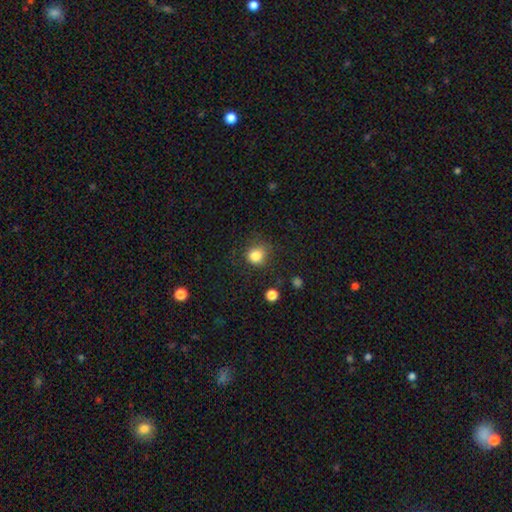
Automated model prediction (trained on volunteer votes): Smooth or featured? Predicted: smooth (p=0.83). How rounded? Predicted: round (p=0.70). Merging? Predicted: none (p=0.64).